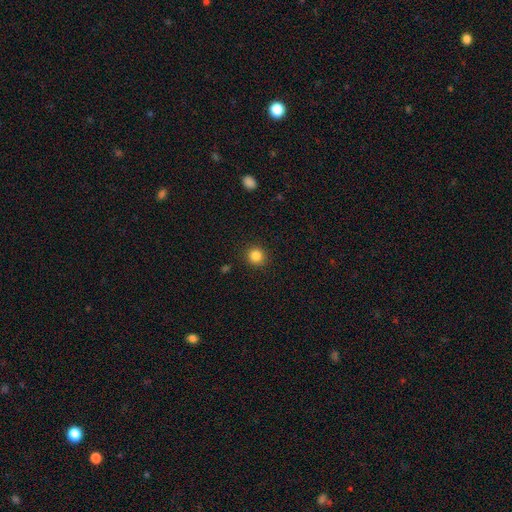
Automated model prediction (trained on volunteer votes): Morphology: type=smooth (85%); roundness=round (92%); merging=none (91%).